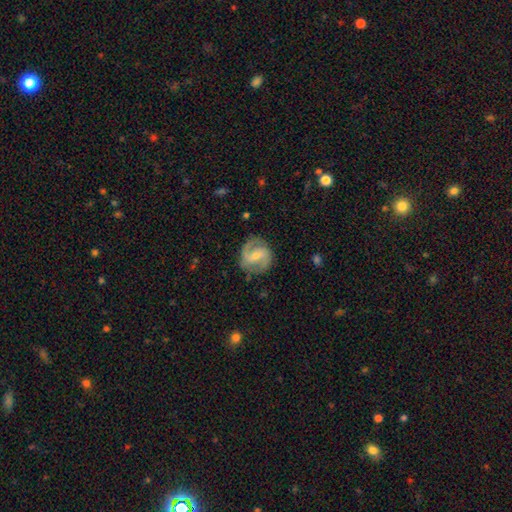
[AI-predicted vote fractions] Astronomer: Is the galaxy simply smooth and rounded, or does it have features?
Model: featured or disk — 81%.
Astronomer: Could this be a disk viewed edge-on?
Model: no — 98%.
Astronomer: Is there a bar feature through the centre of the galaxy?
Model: weak — 49% (runner-up: strong, 30%).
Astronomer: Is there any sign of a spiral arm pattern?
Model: yes — 94%.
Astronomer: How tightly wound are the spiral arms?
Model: medium — 54%.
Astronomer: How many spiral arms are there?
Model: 2 — 90%.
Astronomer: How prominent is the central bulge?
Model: small — 60%.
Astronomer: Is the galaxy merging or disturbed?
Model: none — 80%.